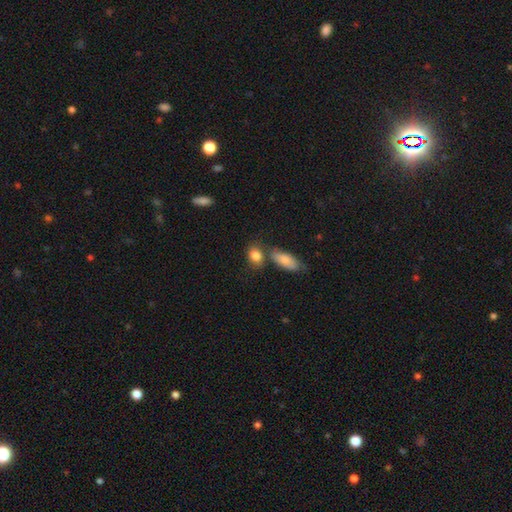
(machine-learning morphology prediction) A smooth galaxy with no disk features (84%) that is in between round and cigar-shaped (69%). Merging: none (57%).